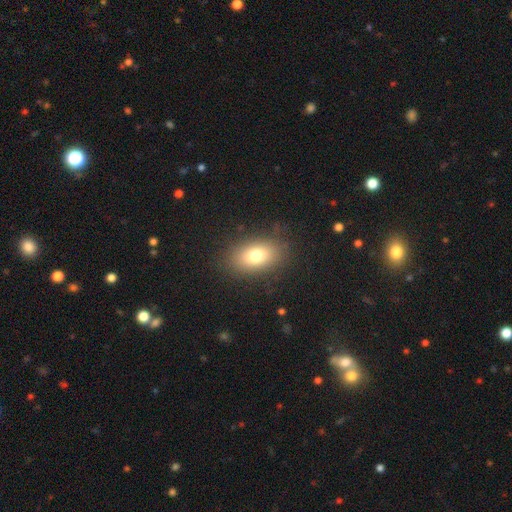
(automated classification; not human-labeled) A smooth galaxy with no disk features (75%) that is in between round and cigar-shaped (84%).

Vote fractions:
- Smooth or featured? smooth: 75% / featured or disk: 13% / star or artifact: 11%
- How rounded? in between: 84% / round: 14% / cigar-shaped: 2%
- Merging? none: 84% / minor disturbance: 10% / major disturbance: 4% / merger: 1%